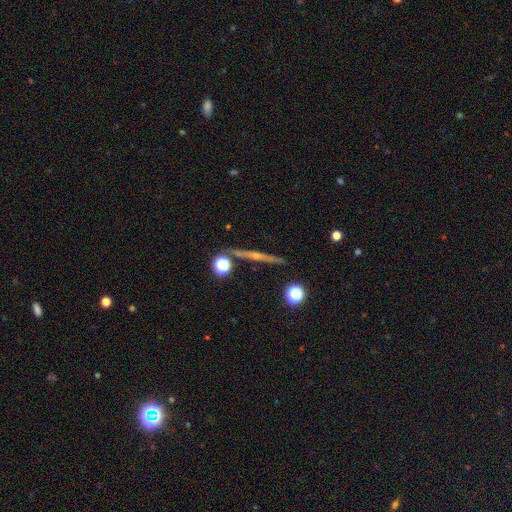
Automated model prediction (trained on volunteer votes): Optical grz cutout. It shows a featured or disk galaxy (72%) viewed edge-on (97%) with a rounded central bulge (73%). Merging: none (88%).